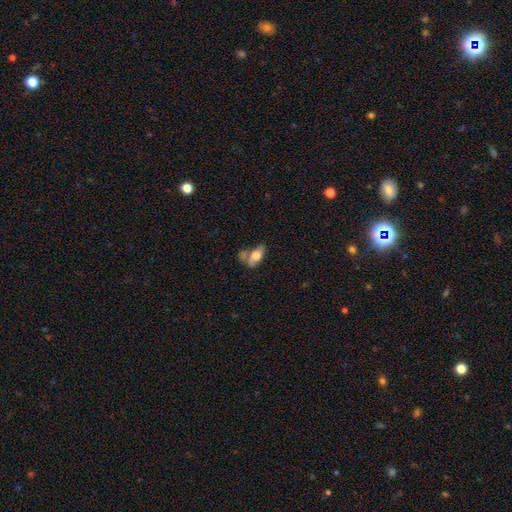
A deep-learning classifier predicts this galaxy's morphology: type=smooth (68%); roundness=in between (86%); merging=none (33%).